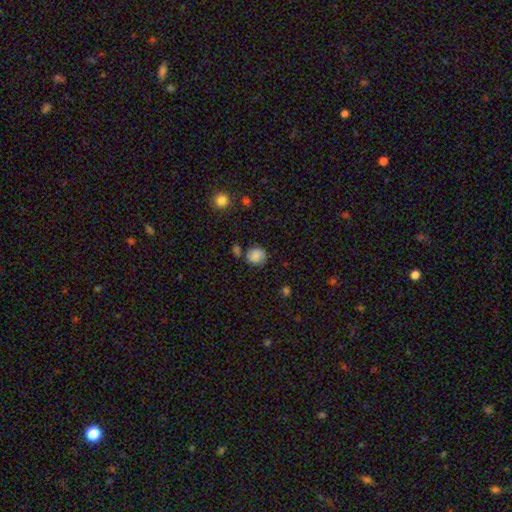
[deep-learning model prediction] A smooth galaxy with no disk features (83%) that is round (79%).

Vote fractions:
- Smooth or featured? smooth: 83% / star or artifact: 9% / featured or disk: 8%
- How rounded? round: 79% / in between: 20% / cigar-shaped: 1%
- Merging? none: 70% / minor disturbance: 18% / merger: 8% / major disturbance: 5%